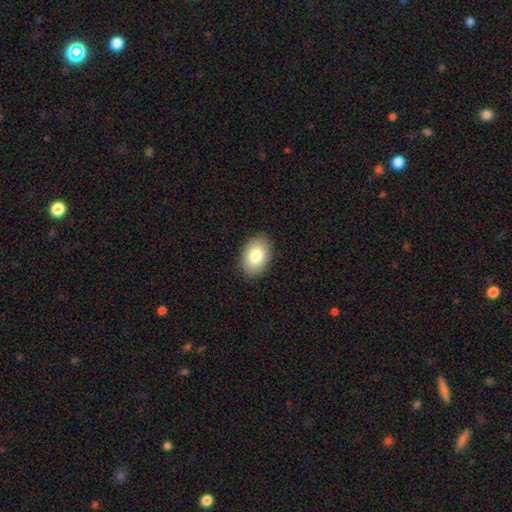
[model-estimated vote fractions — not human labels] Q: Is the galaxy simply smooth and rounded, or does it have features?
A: smooth — 82%.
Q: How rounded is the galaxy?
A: in between — 87%.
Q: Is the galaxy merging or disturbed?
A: none — 89%.